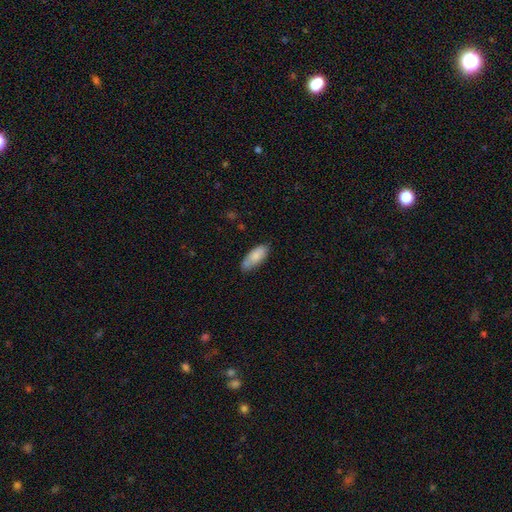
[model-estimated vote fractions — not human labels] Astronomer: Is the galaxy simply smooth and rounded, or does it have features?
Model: smooth — 81%.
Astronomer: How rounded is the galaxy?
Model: in between — 80%.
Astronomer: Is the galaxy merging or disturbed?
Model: none — 67%.